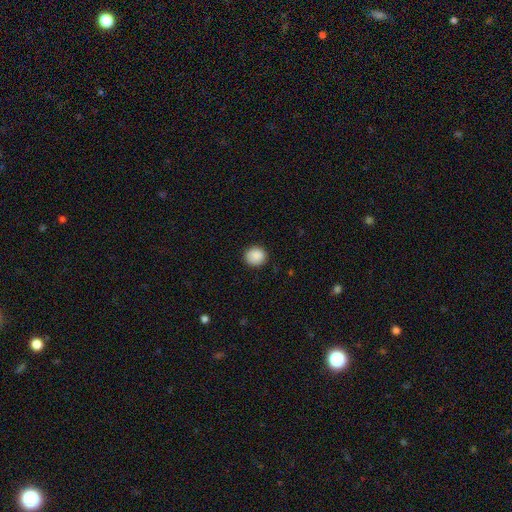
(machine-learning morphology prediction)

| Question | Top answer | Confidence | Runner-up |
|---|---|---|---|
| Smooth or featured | smooth | 89% | star or artifact (8%) |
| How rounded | round | 86% | in between (13%) |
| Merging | none | 88% | minor disturbance (9%) |